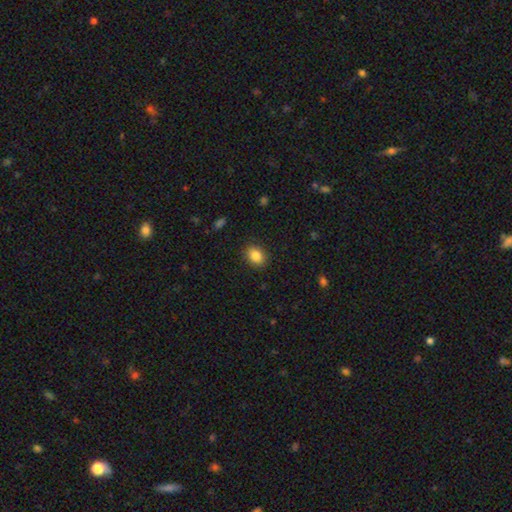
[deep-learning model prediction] This is clearly a smooth galaxy (86%). How rounded: likely in between (63%). Merging: clearly none (88%).